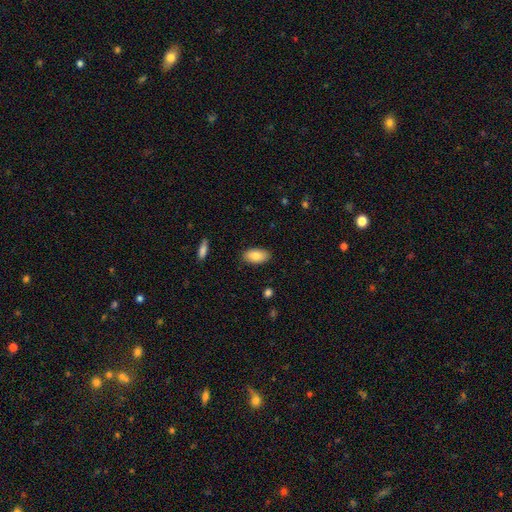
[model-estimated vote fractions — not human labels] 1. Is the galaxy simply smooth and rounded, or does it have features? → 83% smooth, 11% featured or disk, 7% star or artifact.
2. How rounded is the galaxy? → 94% in between, 3% round, 3% cigar-shaped.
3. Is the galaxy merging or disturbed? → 86% none, 11% minor disturbance, 2% major disturbance, 1% merger.